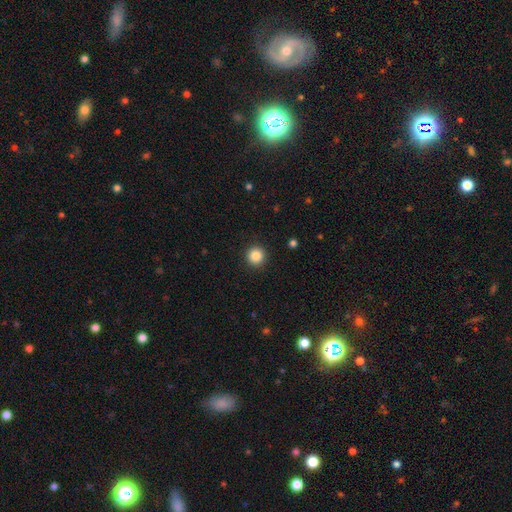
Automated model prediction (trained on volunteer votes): Q: Smooth or featured?
A: smooth (86%); runner-up: star or artifact (10%)
Q: How rounded?
A: round (95%); runner-up: in between (4%)
Q: Merging?
A: none (93%); runner-up: minor disturbance (5%)